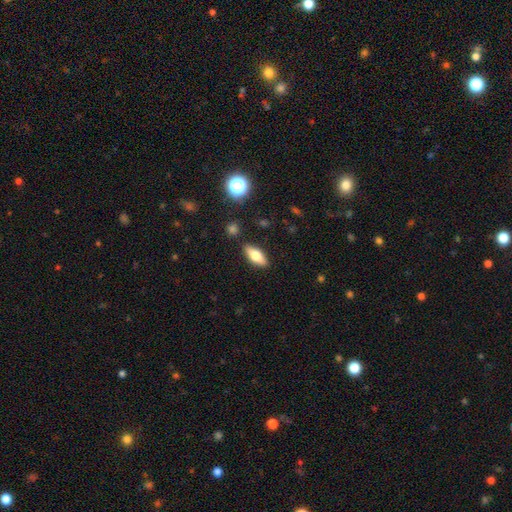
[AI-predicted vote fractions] smooth_or_featured: smooth (p=0.68) [alt: featured or disk p=0.24]
how_rounded: in between (p=0.75) [alt: cigar-shaped p=0.22]
merging: none (p=0.86) [alt: minor disturbance p=0.09]